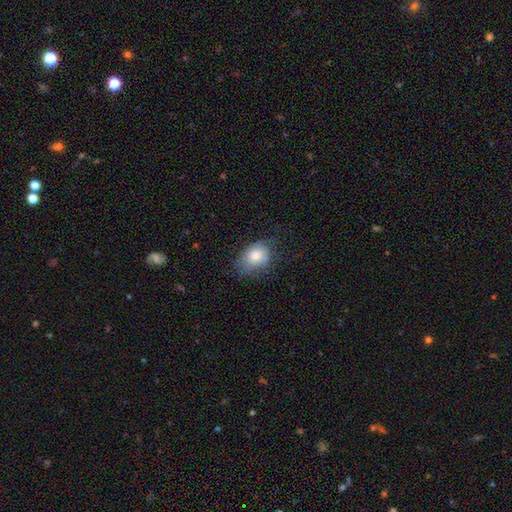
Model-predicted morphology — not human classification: Q: Smooth or featured?
A: smooth (71%); runner-up: featured or disk (20%)
Q: How rounded?
A: in between (70%); runner-up: round (28%)
Q: Merging?
A: none (55%); runner-up: minor disturbance (29%)